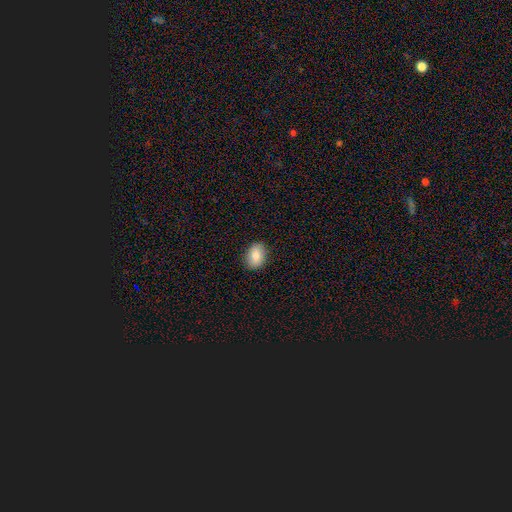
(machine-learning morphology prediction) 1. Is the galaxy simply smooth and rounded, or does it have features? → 83% smooth, 9% featured or disk, 8% star or artifact.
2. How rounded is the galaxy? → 72% in between, 27% round, 1% cigar-shaped.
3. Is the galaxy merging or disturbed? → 88% none, 9% minor disturbance, 2% major disturbance, 1% merger.